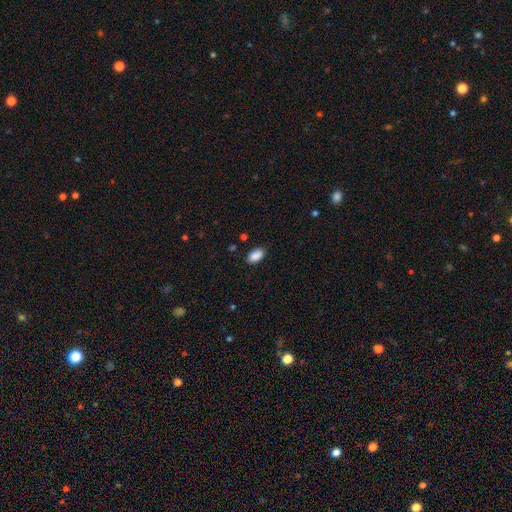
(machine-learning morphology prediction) A smooth galaxy with no disk features (89%) that is in between round and cigar-shaped (93%). Merging: none (85%).